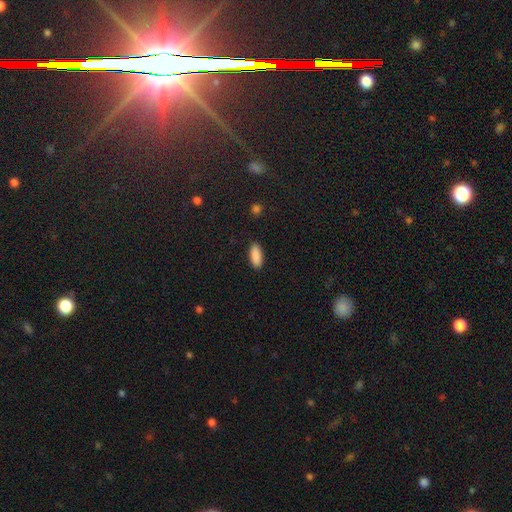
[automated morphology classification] Smooth or featured?
  - smooth: 90% *
  - star or artifact: 7%
  - featured or disk: 4%
How rounded?
  - in between: 82% *
  - cigar-shaped: 17%
  - round: 2%
Merging?
  - none: 89% *
  - minor disturbance: 8%
  - major disturbance: 2%
  - merger: 1%